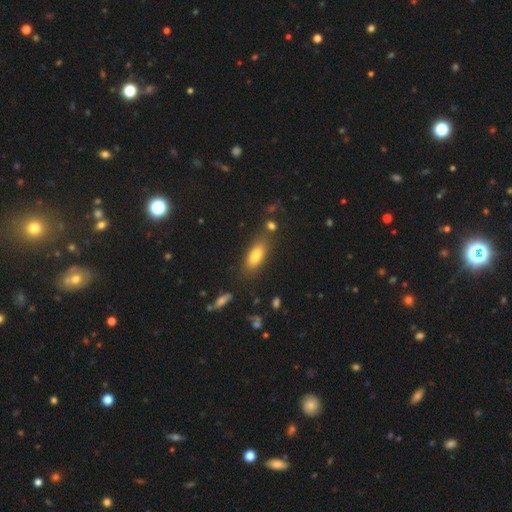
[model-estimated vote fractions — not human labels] A smooth galaxy with no disk features (78%) that is in between round and cigar-shaped (74%).

Vote fractions:
- Smooth or featured? smooth: 78% / featured or disk: 12% / star or artifact: 10%
- How rounded? in between: 74% / cigar-shaped: 23% / round: 3%
- Merging? none: 80% / minor disturbance: 12% / merger: 4% / major disturbance: 4%